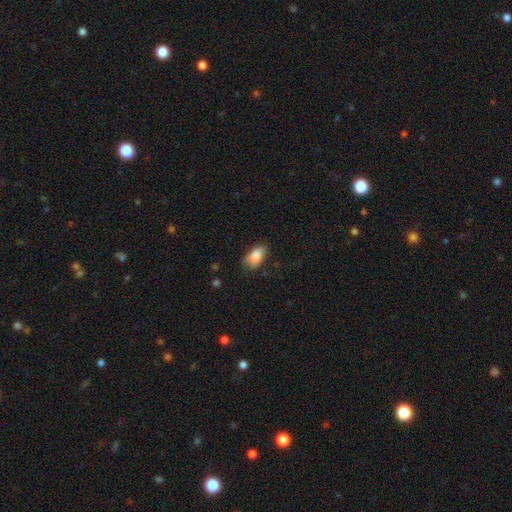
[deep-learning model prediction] This is clearly a smooth galaxy (86%). How rounded: clearly in between (91%). Merging: likely none (71%).